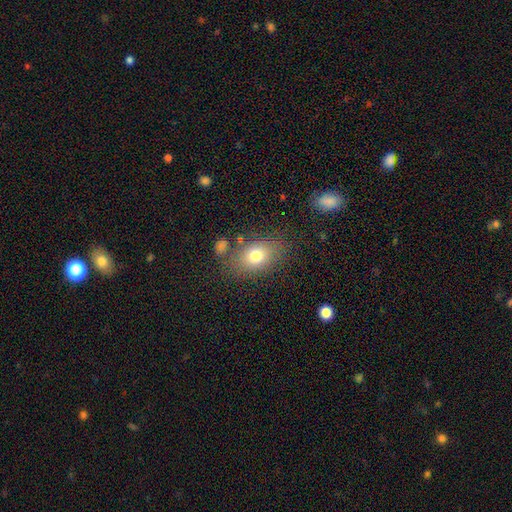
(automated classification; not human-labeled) Q: Smooth or featured?
A: smooth (76%); runner-up: featured or disk (14%)
Q: How rounded?
A: in between (77%); runner-up: round (21%)
Q: Merging?
A: none (73%); runner-up: minor disturbance (15%)